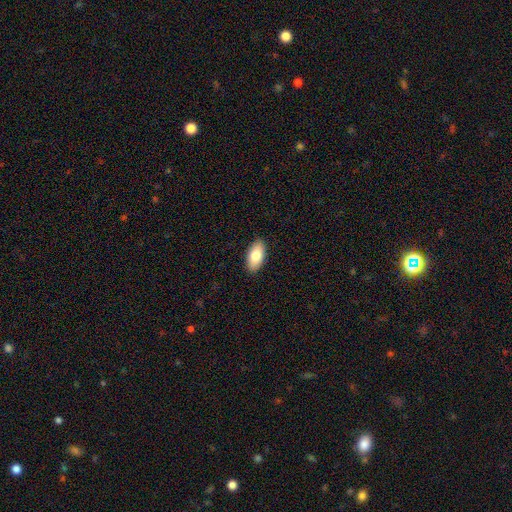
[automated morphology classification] A smooth galaxy with no disk features (82%) that is in between round and cigar-shaped (94%).

Vote fractions:
- Smooth or featured? smooth: 82% / featured or disk: 12% / star or artifact: 6%
- How rounded? in between: 94% / cigar-shaped: 4% / round: 2%
- Merging? none: 90% / minor disturbance: 8% / major disturbance: 2% / merger: 1%